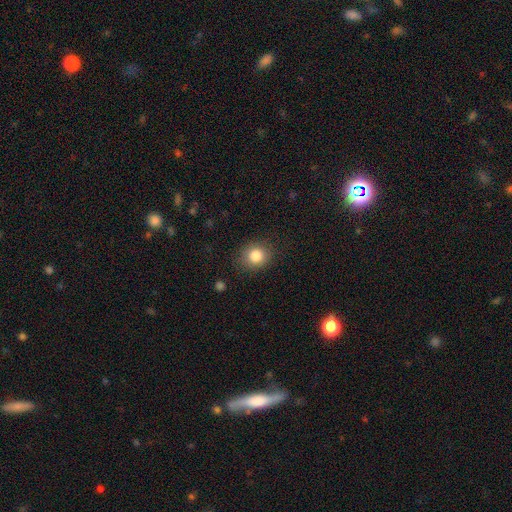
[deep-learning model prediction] Smooth or featured? smooth (84%)
How rounded? round (76%)
Merging? none (86%)